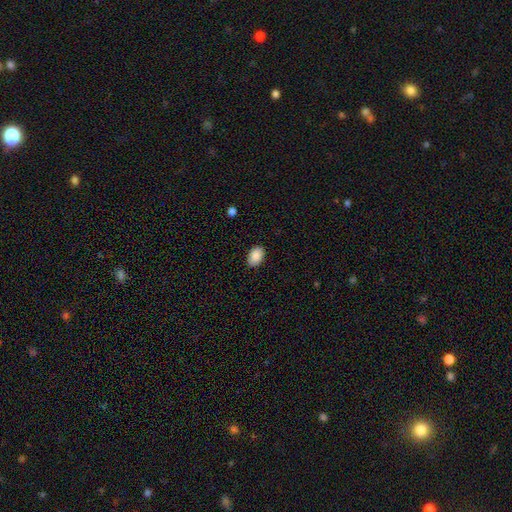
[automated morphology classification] smooth 88%, star or artifact 7%, featured or disk 5%. Down the decision tree: how rounded — in between (85%); merging — none (87%).